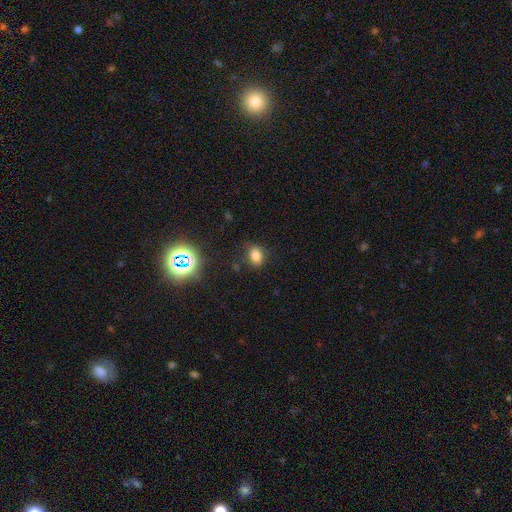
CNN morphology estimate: Overall: smooth (77%). How rounded: in between (64%; round 34%). Merging: none (81%).